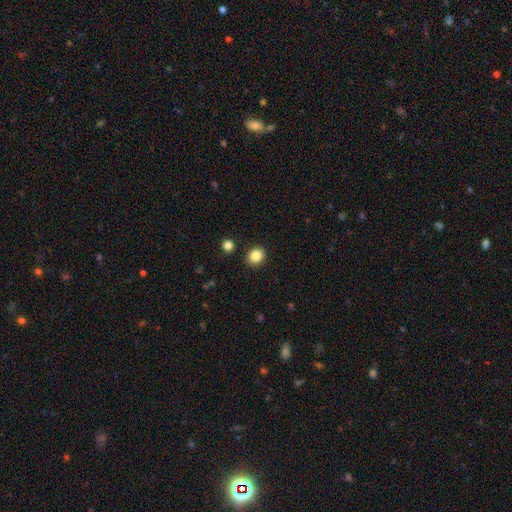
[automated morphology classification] Overall: smooth (86%). How rounded: round (78%). Merging: none (90%).